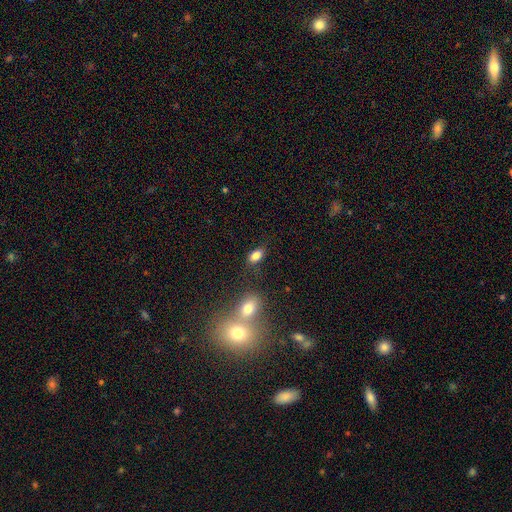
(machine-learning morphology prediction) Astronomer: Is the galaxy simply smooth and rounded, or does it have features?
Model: smooth — 83%.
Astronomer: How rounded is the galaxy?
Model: in between — 88%.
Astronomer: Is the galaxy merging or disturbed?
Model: none — 68%.